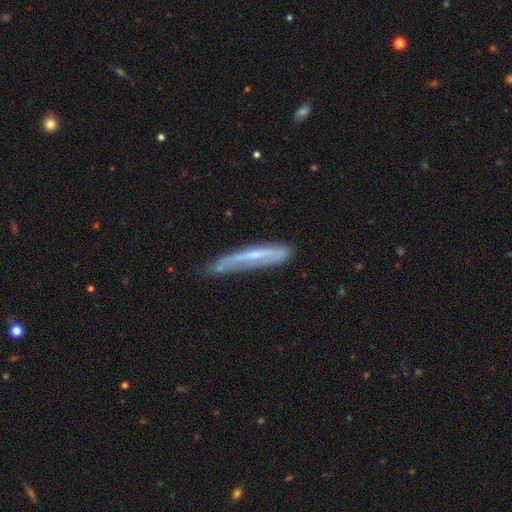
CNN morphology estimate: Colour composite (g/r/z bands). It shows a featured or disk galaxy (56%) viewed edge-on (70%). Merging: none (56%).